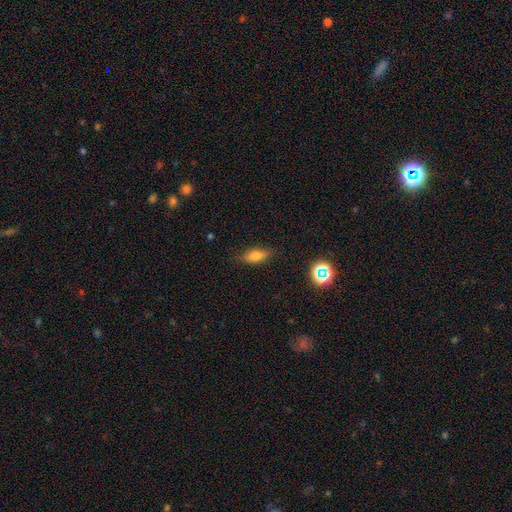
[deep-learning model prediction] Morphology: type=smooth (72%); roundness=in between (75%); merging=none (81%).